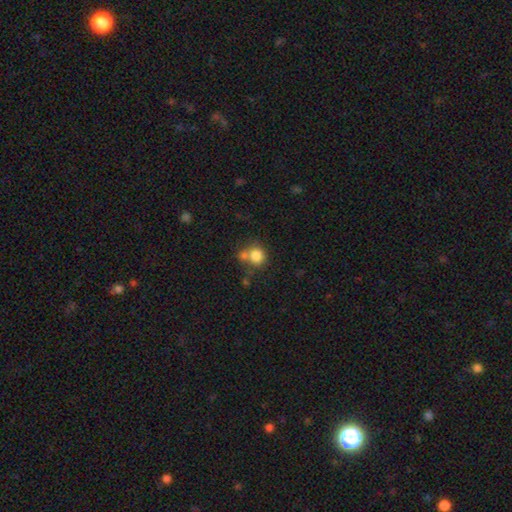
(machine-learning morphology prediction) Smooth or featured?
  - smooth: 81% *
  - star or artifact: 11%
  - featured or disk: 8%
How rounded?
  - round: 82% *
  - in between: 17%
  - cigar-shaped: 1%
Merging?
  - none: 53% *
  - merger: 30%
  - minor disturbance: 12%
  - major disturbance: 5%